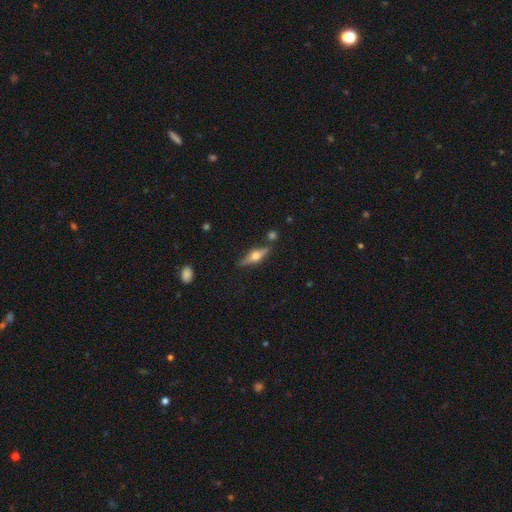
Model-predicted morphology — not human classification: Overall: featured or disk (68%). Edge-on disk: yes (96%). Edge-on bulge: rounded (95%). Merging: none (81%).